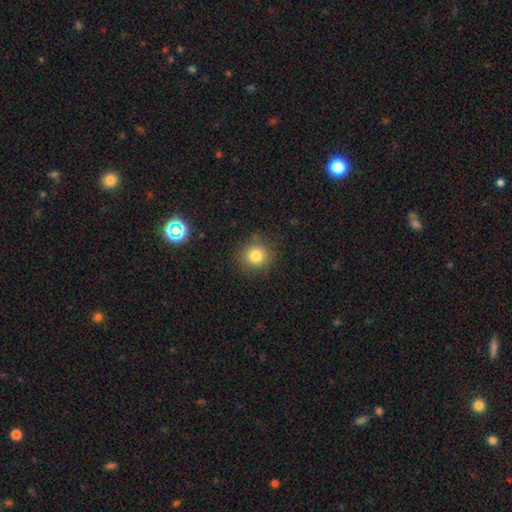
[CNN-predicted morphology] A smooth galaxy with no disk features (80%) that is round (90%).

Vote fractions:
- Smooth or featured? smooth: 80% / star or artifact: 13% / featured or disk: 7%
- How rounded? round: 90% / in between: 9% / cigar-shaped: 1%
- Merging? none: 85% / minor disturbance: 10% / major disturbance: 3% / merger: 2%